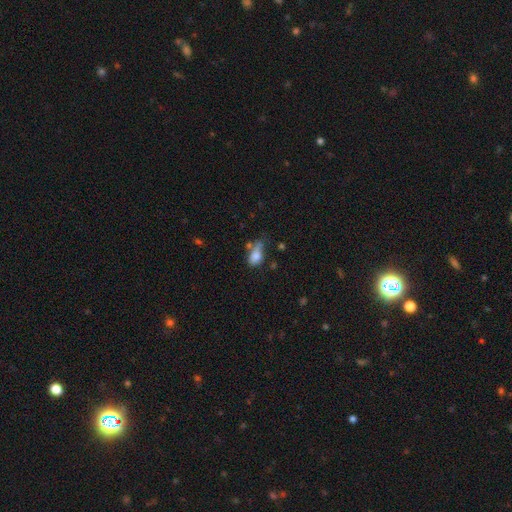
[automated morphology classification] Smooth or featured? Predicted: smooth (p=0.77). How rounded? Predicted: in between (p=0.82). Merging? Predicted: none (p=0.32, tied with minor disturbance).